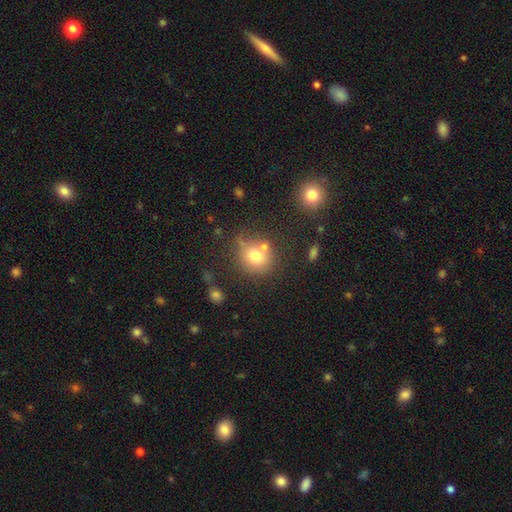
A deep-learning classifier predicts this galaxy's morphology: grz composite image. It shows a smooth galaxy with no disk features (73%) that is round (80%). Merging: none (58%).